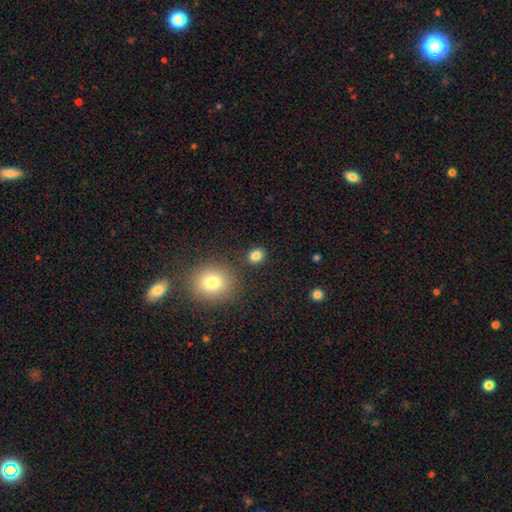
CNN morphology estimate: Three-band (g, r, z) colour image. It shows a smooth galaxy with no disk features (83%) that is round (65%). Merging: none (84%).